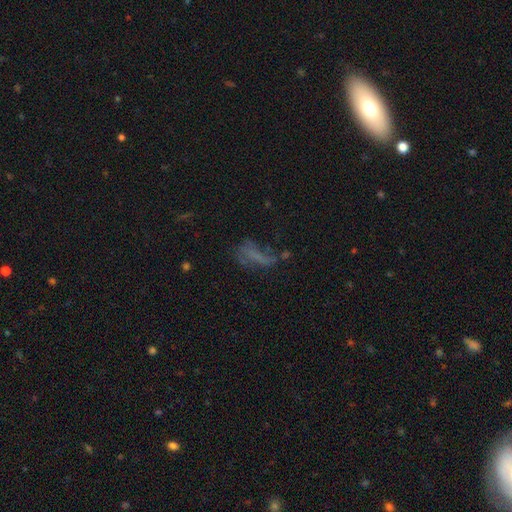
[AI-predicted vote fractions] Smooth or featured?
  - smooth: 42% *
  - featured or disk: 37%
  - star or artifact: 21%
Merging?
  - major disturbance: 38% *
  - none: 32%
  - minor disturbance: 20%
  - merger: 9%